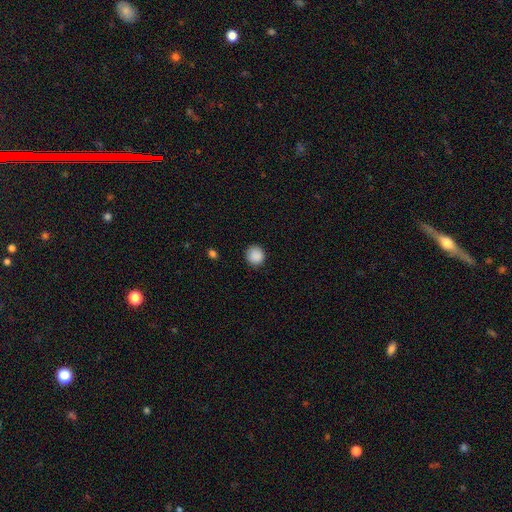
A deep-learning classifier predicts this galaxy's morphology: smooth-or-featured: smooth: 89% | star or artifact: 8% | featured or disk: 3%
  how-rounded: round: 91% | in between: 8% | cigar-shaped: 1%
  merging: none: 88% | minor disturbance: 8% | major disturbance: 2% | merger: 1%